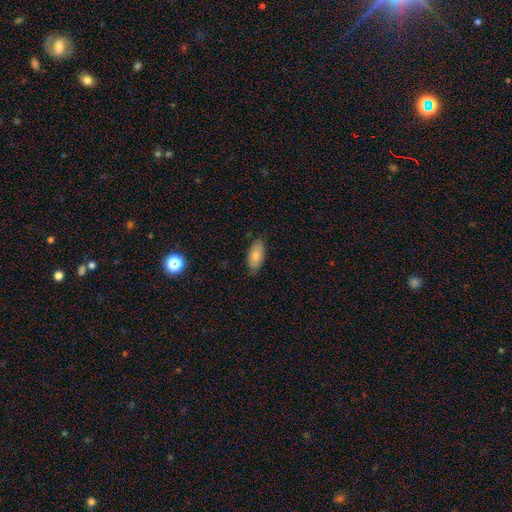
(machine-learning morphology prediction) A smooth galaxy with no disk features (79%) that is in between round and cigar-shaped (92%). Merging: none (78%).